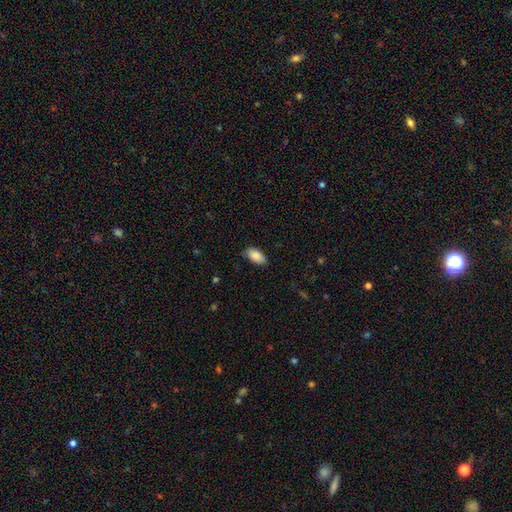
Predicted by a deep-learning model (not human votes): Smooth or featured? Predicted: smooth (p=0.88). How rounded? Predicted: in between (p=0.93). Merging? Predicted: none (p=0.80).